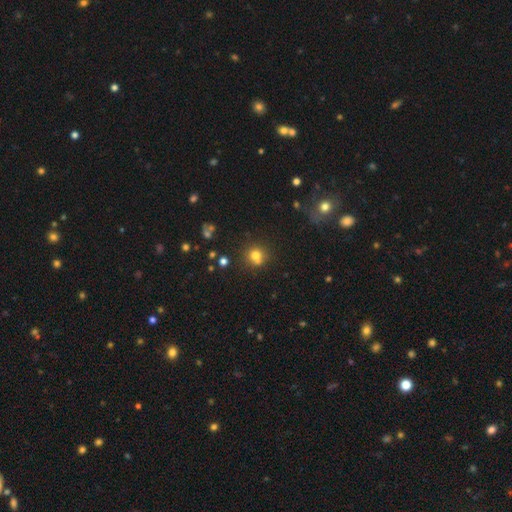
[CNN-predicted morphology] type=smooth (74%); roundness=round (87%); merging=none (65%).